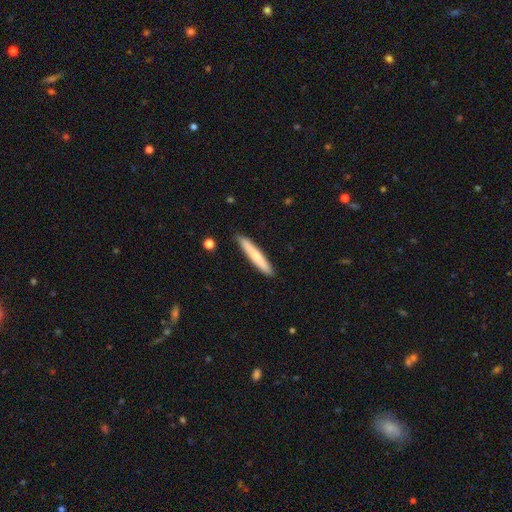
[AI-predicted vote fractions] A smooth galaxy with no disk features (68%) that is cigar-shaped (94%). Merging: none (89%).